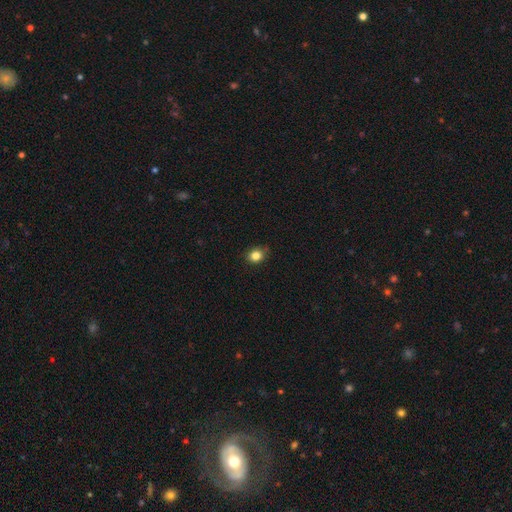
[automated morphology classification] Q: Smooth or featured?
A: smooth (84%); runner-up: star or artifact (11%)
Q: How rounded?
A: round (61%); runner-up: in between (38%)
Q: Merging?
A: none (83%); runner-up: minor disturbance (13%)